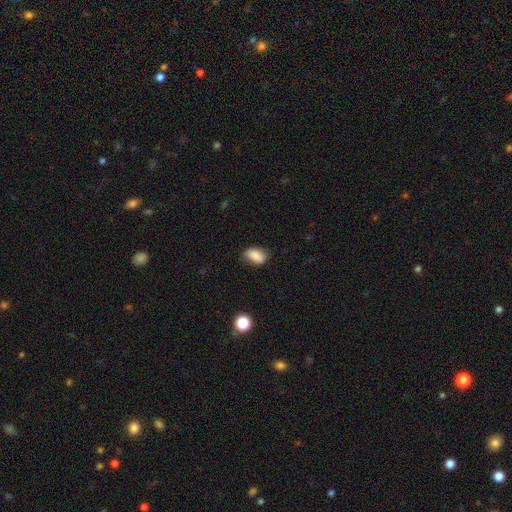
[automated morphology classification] Overall: smooth (86%). How rounded: in between (88%). Merging: none (74%).